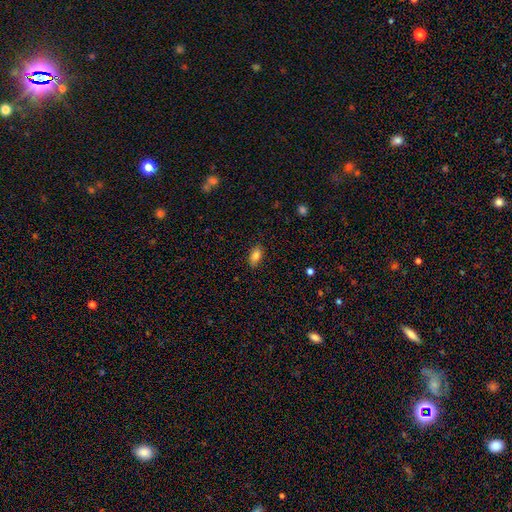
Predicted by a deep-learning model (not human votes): This is clearly a smooth galaxy (83%). How rounded: clearly in between (89%). Merging: clearly none (84%).